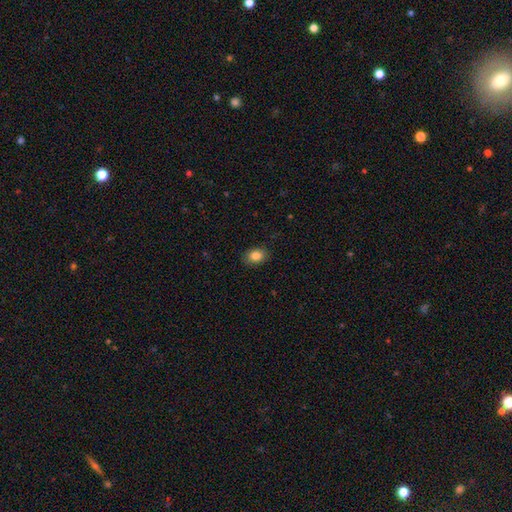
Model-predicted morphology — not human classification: This is clearly a smooth galaxy (85%). How rounded: likely in between (72%). Merging: clearly none (87%).